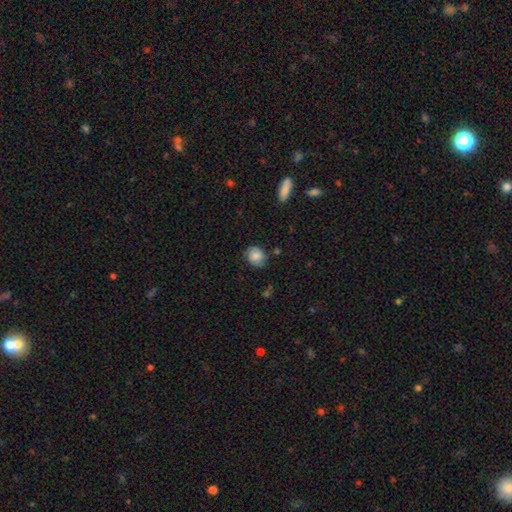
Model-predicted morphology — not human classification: This appears to be a smooth galaxy with no disk features (75%) that is round (63%). Merging: none (76%).